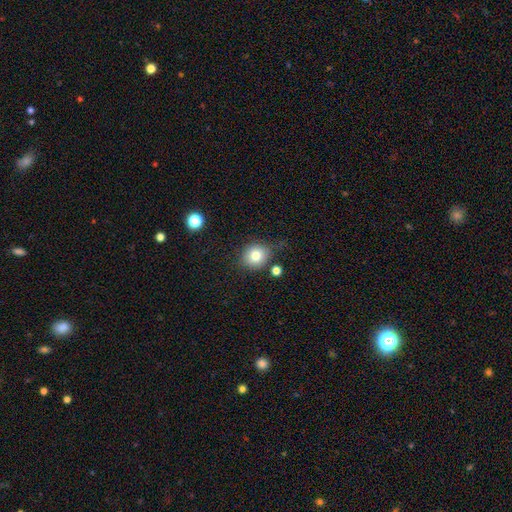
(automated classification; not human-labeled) smooth-or-featured: smooth: 80% | star or artifact: 11% | featured or disk: 9%
  how-rounded: round: 81% | in between: 18% | cigar-shaped: 1%
  merging: none: 73% | minor disturbance: 16% | merger: 7% | major disturbance: 5%